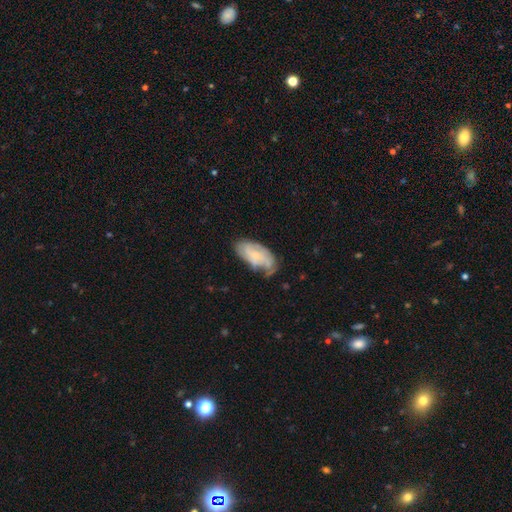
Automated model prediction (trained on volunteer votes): Smooth or featured: featured or disk — 53% (smooth — 40%)
Edge-on disk: no — 94% (yes — 6%)
Merging: none — 51% (minor disturbance — 33%)